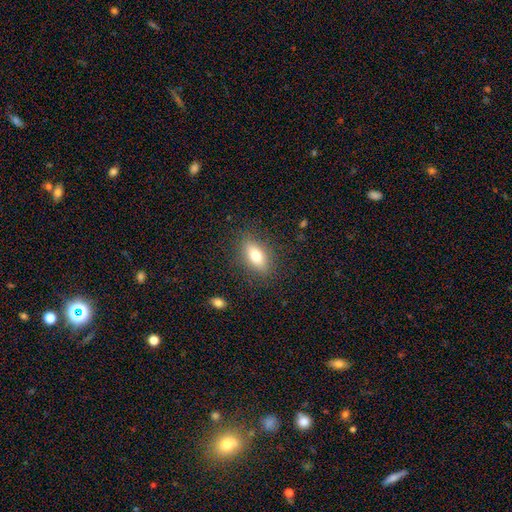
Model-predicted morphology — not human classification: The model was most divided on "smooth or featured": smooth: 72%, featured or disk: 19%, star or artifact: 9%. More confident: merging — none (85%); how rounded — in between (79%).